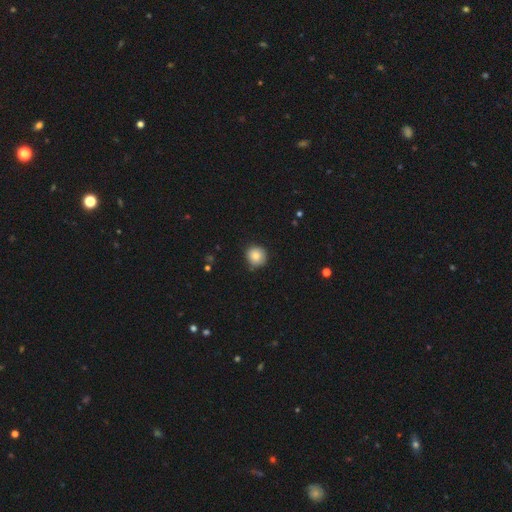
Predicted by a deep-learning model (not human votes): The model was most divided on "merging": none: 82%, minor disturbance: 14%, major disturbance: 2%, merger: 1%. More confident: how rounded — round (92%); smooth or featured — smooth (85%).